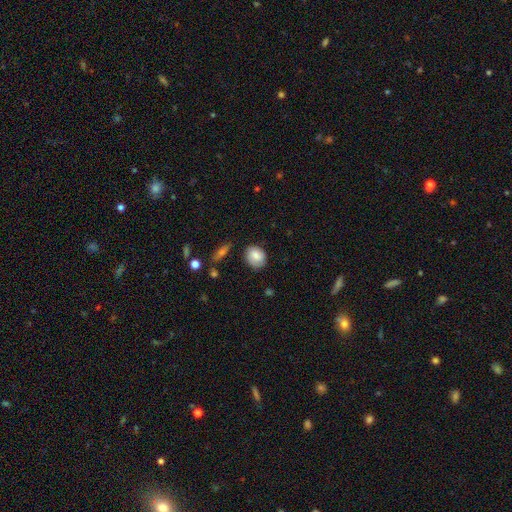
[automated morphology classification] A smooth galaxy with no disk features (78%) that is round (53%). Merging: none (72%).